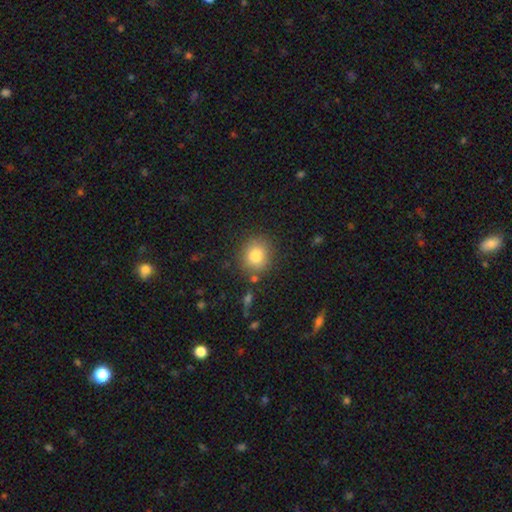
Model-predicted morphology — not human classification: Overall: smooth (80%). How rounded: round (83%). Merging: none (83%).